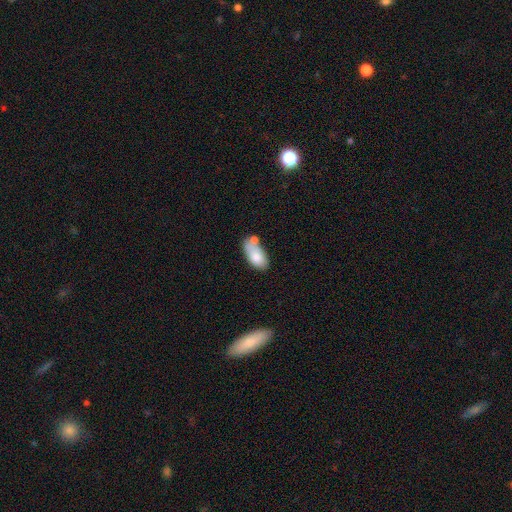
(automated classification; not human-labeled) smooth-or-featured: smooth: 77% | featured or disk: 16% | star or artifact: 7%
  how-rounded: in between: 93% | round: 4% | cigar-shaped: 3%
  merging: none: 43% | merger: 25% | minor disturbance: 23% | major disturbance: 9%